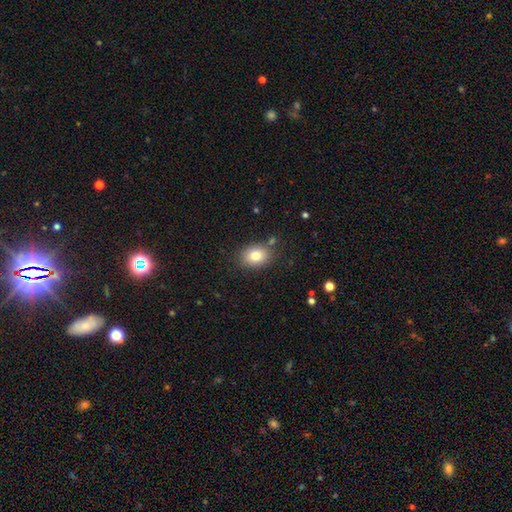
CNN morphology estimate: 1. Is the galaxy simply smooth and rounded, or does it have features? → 81% smooth, 9% star or artifact, 9% featured or disk.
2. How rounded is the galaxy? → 65% in between, 34% round, 1% cigar-shaped.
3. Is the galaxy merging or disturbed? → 83% none, 11% minor disturbance, 3% merger, 3% major disturbance.